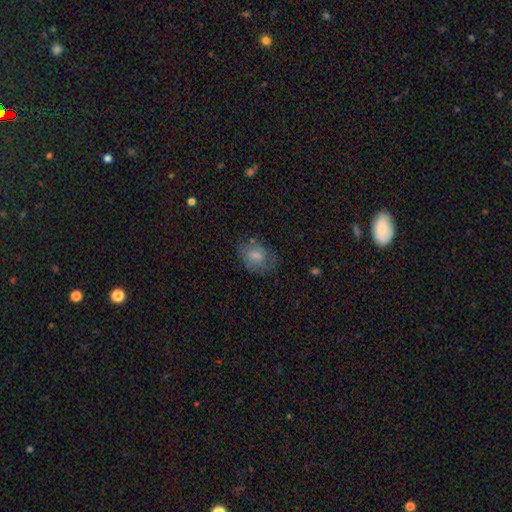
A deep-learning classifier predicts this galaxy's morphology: Smooth or featured?
  - smooth: 69% *
  - featured or disk: 22%
  - star or artifact: 9%
How rounded?
  - in between: 64% *
  - round: 35%
  - cigar-shaped: 1%
Merging?
  - none: 60% *
  - minor disturbance: 24%
  - major disturbance: 13%
  - merger: 2%